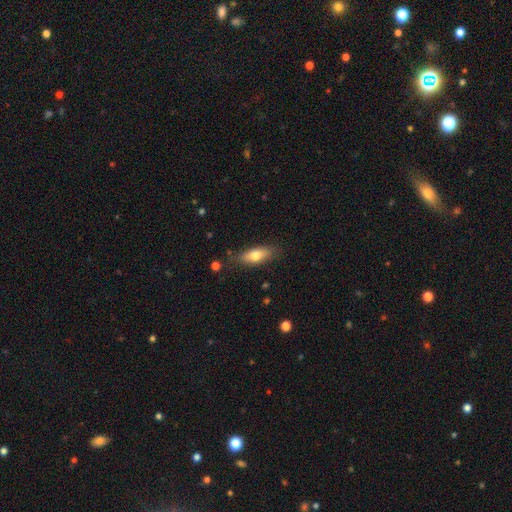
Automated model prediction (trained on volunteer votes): Smooth or featured: smooth — 70% (featured or disk — 23%)
How rounded: in between — 67% (cigar-shaped — 30%)
Merging: none — 81% (minor disturbance — 14%)